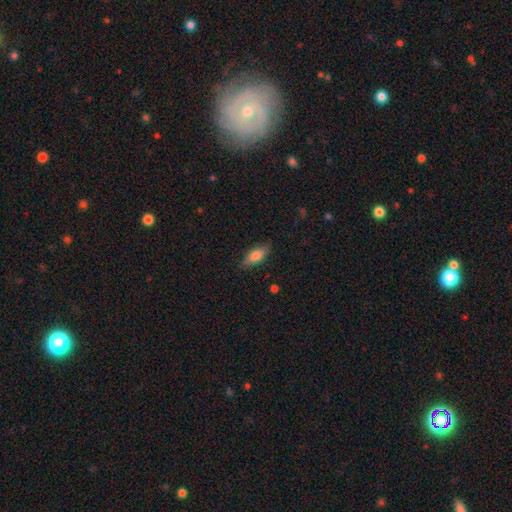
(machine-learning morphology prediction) type=smooth (77%); roundness=in between (77%); merging=none (80%).